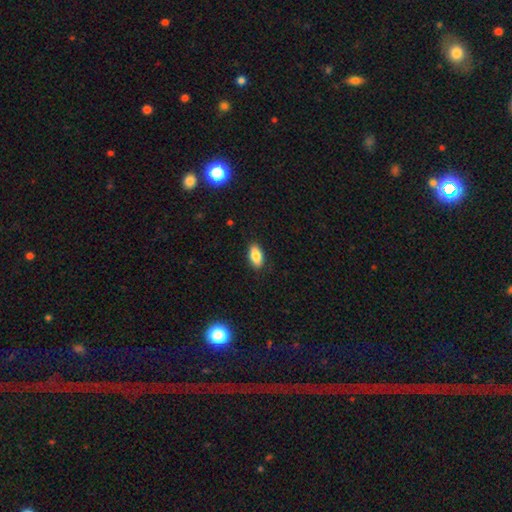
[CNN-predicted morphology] The model was most divided on "smooth or featured": smooth: 84%, featured or disk: 9%, star or artifact: 8%. More confident: how rounded — in between (89%); merging — none (88%).